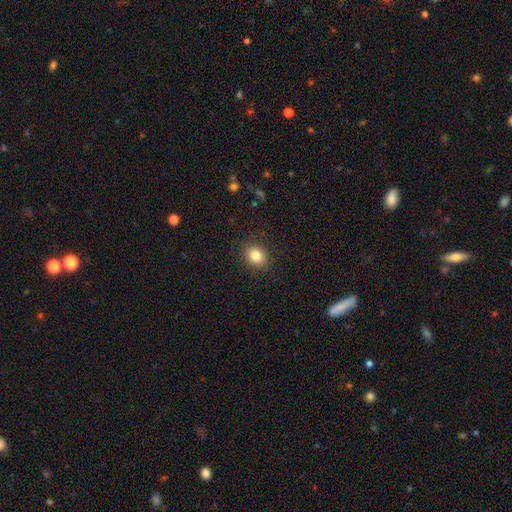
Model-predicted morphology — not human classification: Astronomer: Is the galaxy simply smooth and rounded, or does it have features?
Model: smooth — 83%.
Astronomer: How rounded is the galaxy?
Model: round — 65%.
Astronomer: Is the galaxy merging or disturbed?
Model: none — 89%.